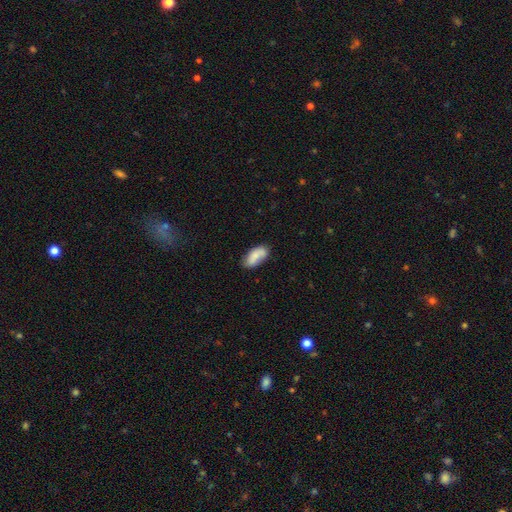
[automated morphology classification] This is likely a smooth galaxy (76%). How rounded: clearly in between (90%). Merging: likely none (68%).